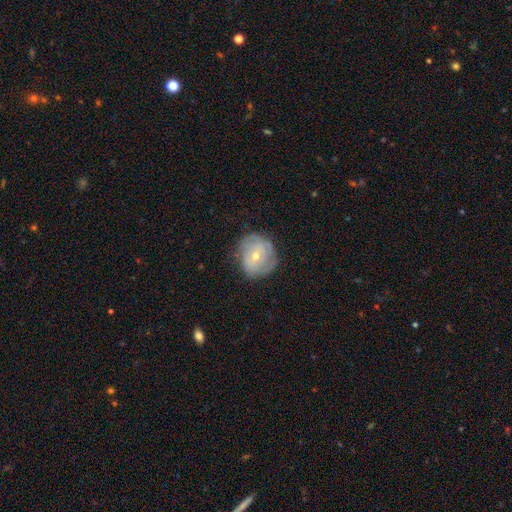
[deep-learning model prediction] smooth-or-featured: featured or disk: 58% | smooth: 34% | star or artifact: 8%
  disk-edge-on: no: 96% | yes: 4%
    bar: no: 73% | weak: 22% | strong: 5%
    has-spiral-arms: yes: 69% | no: 31%
    bulge-size: moderate: 52% | small: 44% | large: 2% | none: 1% | dominant: 1%
  merging: none: 70% | minor disturbance: 21% | major disturbance: 8% | merger: 1%